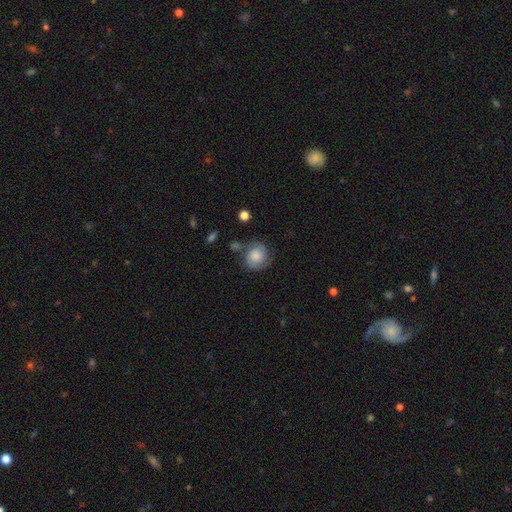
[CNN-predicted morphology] Smooth or featured: smooth — 59% (featured or disk — 33%)
How rounded: round — 76% (in between — 23%)
Merging: none — 62% (minor disturbance — 22%)